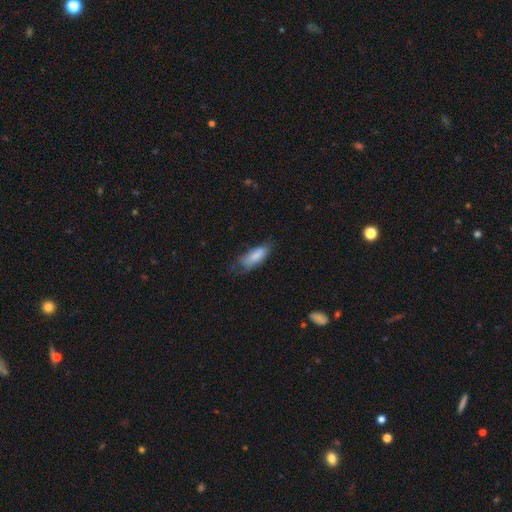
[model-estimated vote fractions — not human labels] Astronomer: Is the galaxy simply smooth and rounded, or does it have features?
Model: smooth — 80%.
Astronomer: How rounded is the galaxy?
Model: in between — 69%.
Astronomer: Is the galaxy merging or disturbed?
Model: none — 49% (runner-up: minor disturbance, 33%).